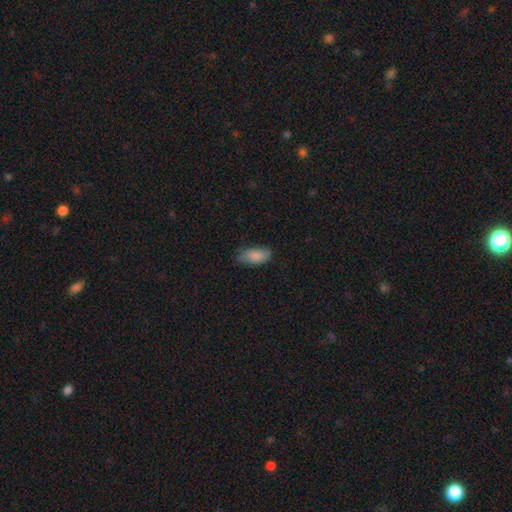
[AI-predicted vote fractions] This appears to be a smooth galaxy with no disk features (84%) that is in between round and cigar-shaped (92%). Merging: none (63%).